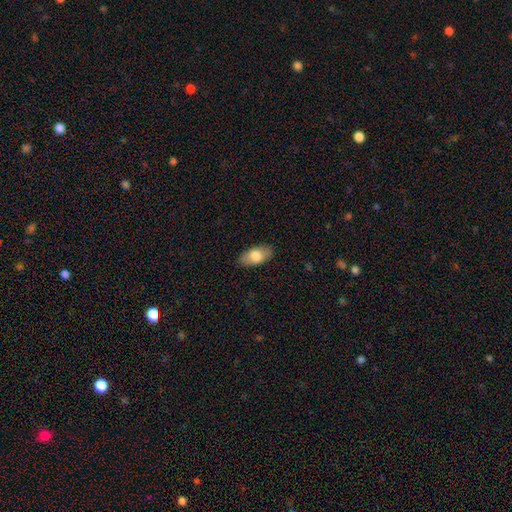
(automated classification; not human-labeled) smooth_or_featured: smooth (p=0.75) [alt: featured or disk p=0.19]
how_rounded: in between (p=0.92) [alt: cigar-shaped p=0.05]
merging: none (p=0.86) [alt: minor disturbance p=0.10]